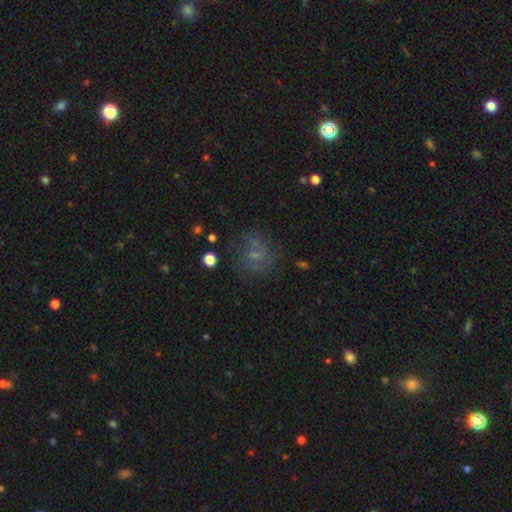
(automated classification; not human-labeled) smooth_or_featured: featured or disk (p=0.50) [alt: smooth p=0.31]
merging: none (p=0.62) [alt: minor disturbance p=0.18]